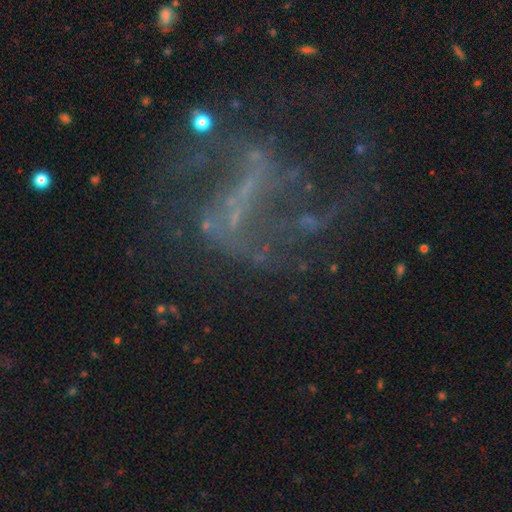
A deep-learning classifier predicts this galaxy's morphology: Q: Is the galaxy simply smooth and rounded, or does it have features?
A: featured or disk — 67%.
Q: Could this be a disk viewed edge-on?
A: no — 96%.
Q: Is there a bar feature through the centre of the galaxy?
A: no — 36%.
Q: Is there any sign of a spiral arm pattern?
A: yes — 57%.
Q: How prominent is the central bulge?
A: none — 63%.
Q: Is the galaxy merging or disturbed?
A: none — 45%.